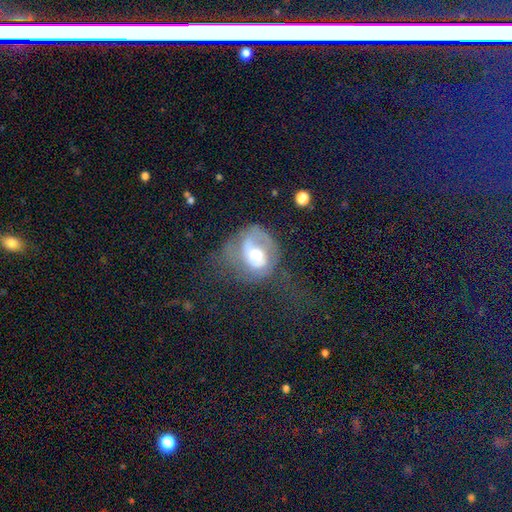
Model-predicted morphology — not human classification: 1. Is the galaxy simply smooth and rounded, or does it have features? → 53% featured or disk, 38% smooth, 9% star or artifact.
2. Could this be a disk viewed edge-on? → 96% no, 4% yes.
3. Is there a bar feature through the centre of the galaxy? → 68% no, 24% weak, 8% strong.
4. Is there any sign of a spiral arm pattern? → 52% yes, 48% no.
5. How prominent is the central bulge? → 67% moderate, 20% large, 9% small, 2% dominant, 1% none.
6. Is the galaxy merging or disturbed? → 43% major disturbance, 31% none, 23% minor disturbance, 3% merger.